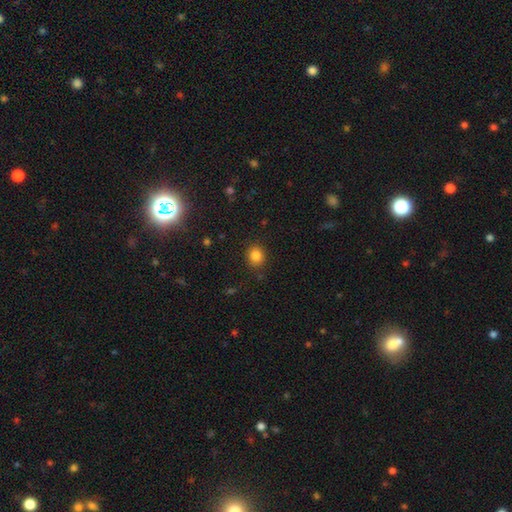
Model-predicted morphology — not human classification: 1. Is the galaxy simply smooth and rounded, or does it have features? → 84% smooth, 11% star or artifact, 5% featured or disk.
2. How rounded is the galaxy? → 76% round, 23% in between, 1% cigar-shaped.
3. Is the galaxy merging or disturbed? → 86% none, 9% minor disturbance, 3% major disturbance, 1% merger.